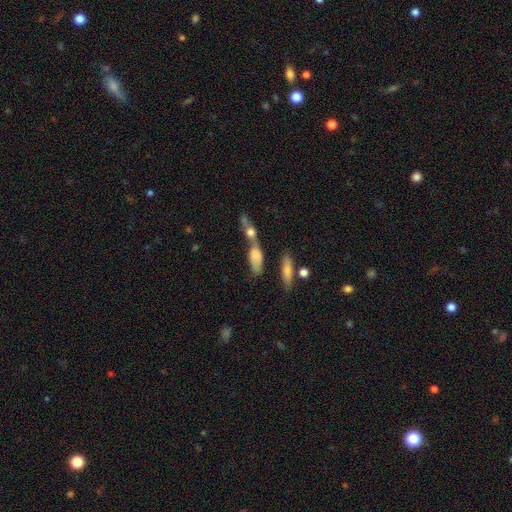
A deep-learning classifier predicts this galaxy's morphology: Smooth or featured?
  - smooth: 67% *
  - featured or disk: 24%
  - star or artifact: 9%
How rounded?
  - in between: 60% *
  - cigar-shaped: 31%
  - round: 9%
Merging?
  - merger: 55% *
  - none: 28%
  - minor disturbance: 10%
  - major disturbance: 6%